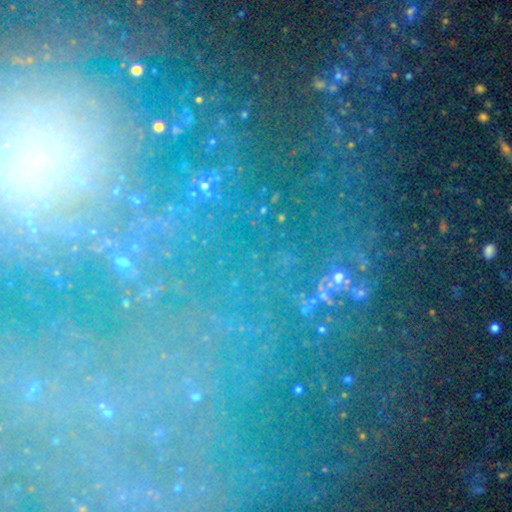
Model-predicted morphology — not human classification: A star or artifact, not a galaxy (57%).

Vote fractions:
- Smooth or featured? star or artifact: 57% / featured or disk: 28% / smooth: 15%